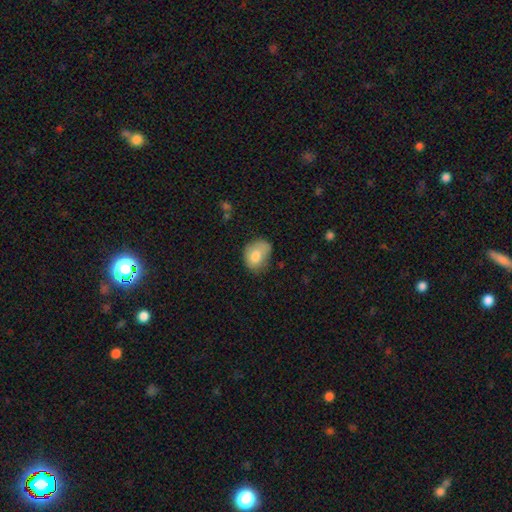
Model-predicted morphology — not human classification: Q: Smooth or featured?
A: smooth (78%); runner-up: featured or disk (14%)
Q: How rounded?
A: in between (67%); runner-up: round (32%)
Q: Merging?
A: none (48%); runner-up: minor disturbance (36%)